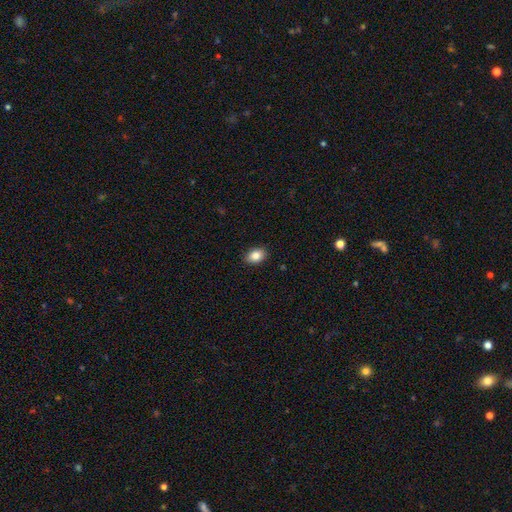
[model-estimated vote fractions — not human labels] Smooth or featured? Predicted: smooth (p=0.84). How rounded? Predicted: in between (p=0.83). Merging? Predicted: none (p=0.90).